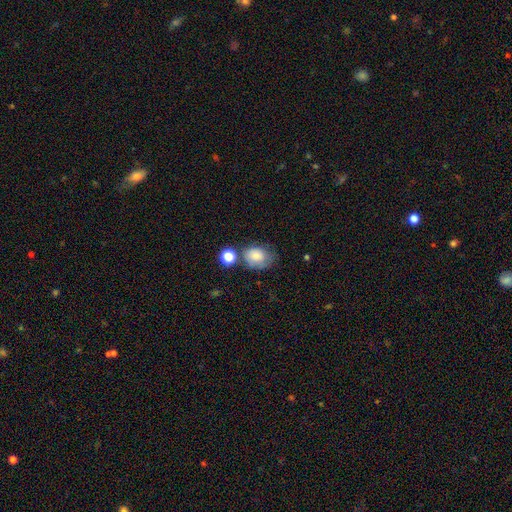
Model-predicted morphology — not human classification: This appears to be a smooth galaxy with no disk features (79%) that is in between round and cigar-shaped (57%). Merging: none (48%).